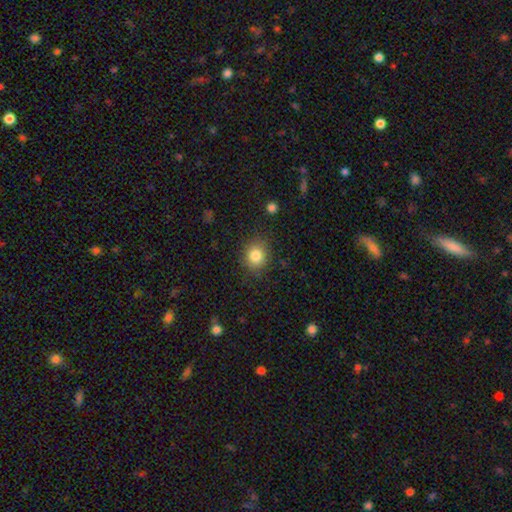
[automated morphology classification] A smooth galaxy with no disk features (83%) that is round (76%). Merging: none (85%).